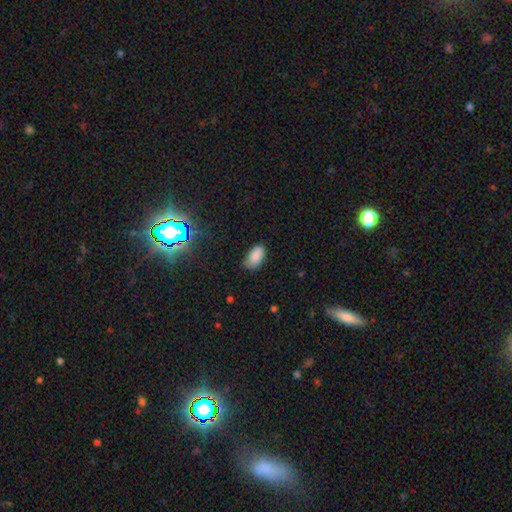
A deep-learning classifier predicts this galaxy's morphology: This appears to be a smooth galaxy with no disk features (85%) that is in between round and cigar-shaped (94%). Merging: none (66%).